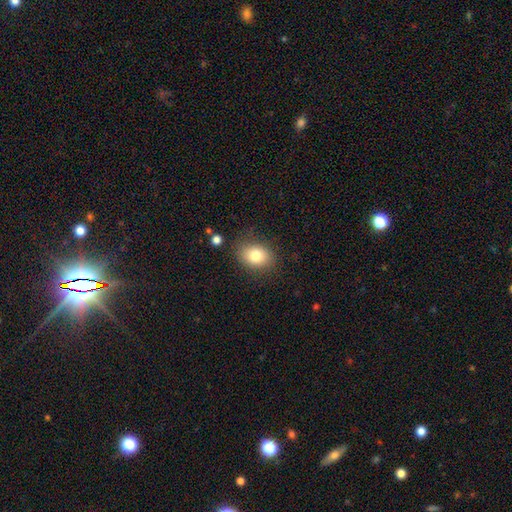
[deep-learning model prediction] smooth_or_featured: smooth (p=0.80) [alt: featured or disk p=0.10]
how_rounded: in between (p=0.65) [alt: round p=0.34]
merging: none (p=0.81) [alt: minor disturbance p=0.13]